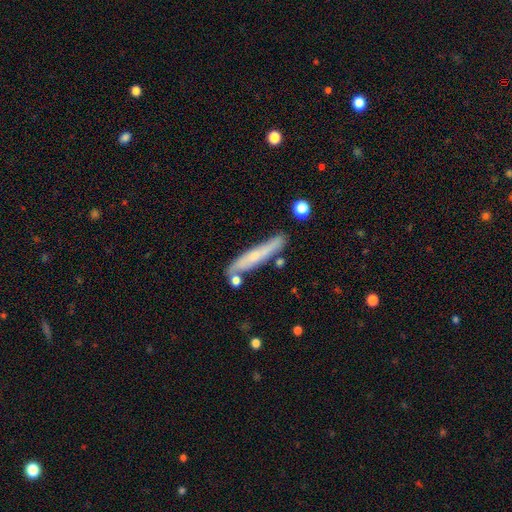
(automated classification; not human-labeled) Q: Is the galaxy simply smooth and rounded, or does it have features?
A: smooth — 51%.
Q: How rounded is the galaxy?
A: cigar-shaped — 92%.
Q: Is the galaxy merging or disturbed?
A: none — 74%.